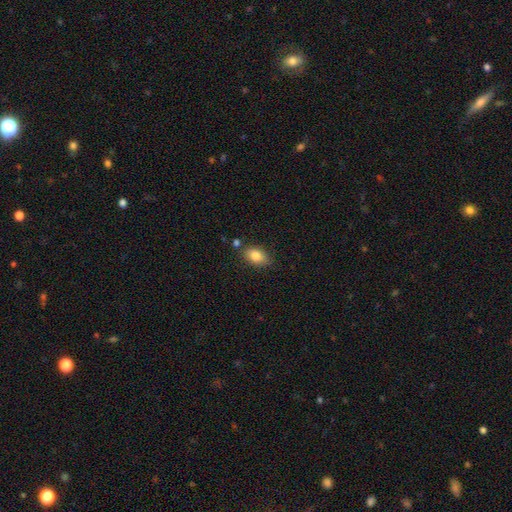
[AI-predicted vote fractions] Smooth or featured? Predicted: smooth (p=0.84). How rounded? Predicted: in between (p=0.86). Merging? Predicted: none (p=0.77).